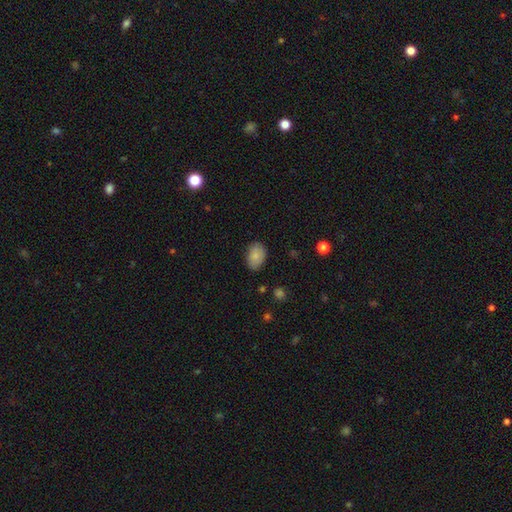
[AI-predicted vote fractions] A smooth galaxy with no disk features (84%) that is in between round and cigar-shaped (87%).

Vote fractions:
- Smooth or featured? smooth: 84% / featured or disk: 9% / star or artifact: 7%
- How rounded? in between: 87% / round: 12% / cigar-shaped: 1%
- Merging? none: 81% / minor disturbance: 15% / major disturbance: 3% / merger: 1%